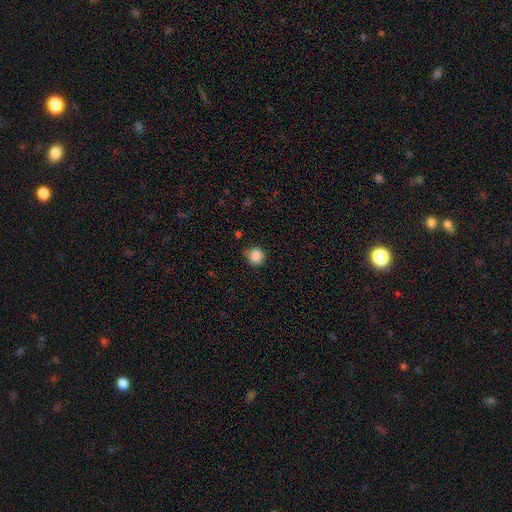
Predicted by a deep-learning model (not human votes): A smooth galaxy with no disk features (86%) that is round (93%).

Vote fractions:
- Smooth or featured? smooth: 86% / star or artifact: 10% / featured or disk: 4%
- How rounded? round: 93% / in between: 6% / cigar-shaped: 1%
- Merging? none: 80% / minor disturbance: 15% / major disturbance: 3% / merger: 2%